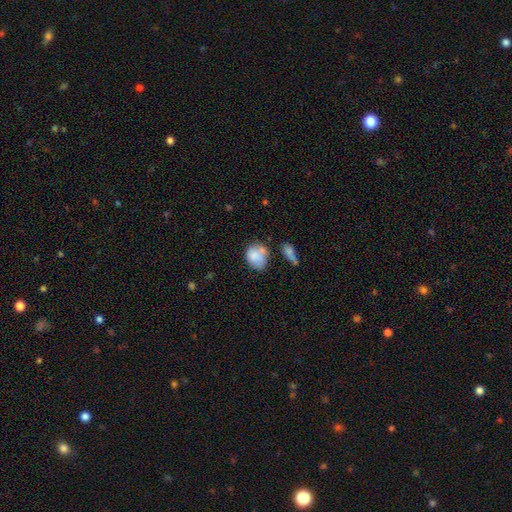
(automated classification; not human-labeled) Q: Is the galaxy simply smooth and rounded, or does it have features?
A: smooth — 77%.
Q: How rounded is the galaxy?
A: round — 51%.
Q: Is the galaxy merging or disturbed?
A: none — 40%.